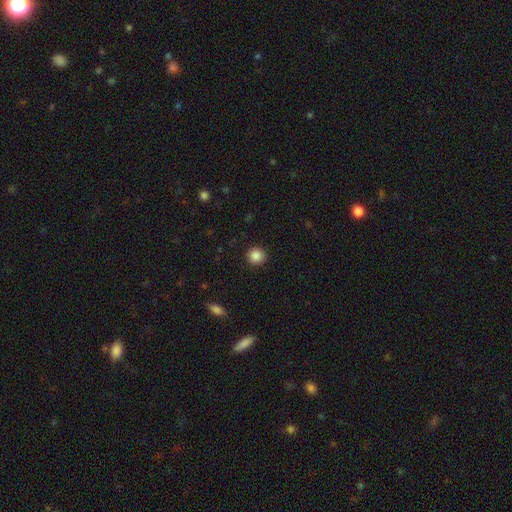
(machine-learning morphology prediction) type=smooth (86%); roundness=round (92%); merging=none (92%).